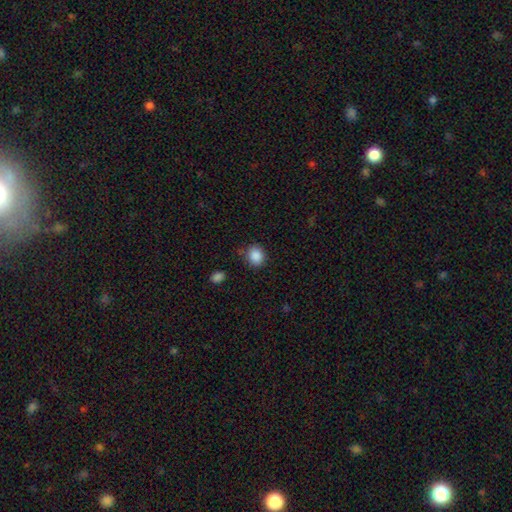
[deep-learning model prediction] smooth_or_featured: smooth (p=0.88) [alt: star or artifact p=0.09]
how_rounded: round (p=0.70) [alt: in between p=0.29]
merging: none (p=0.80) [alt: minor disturbance p=0.14]